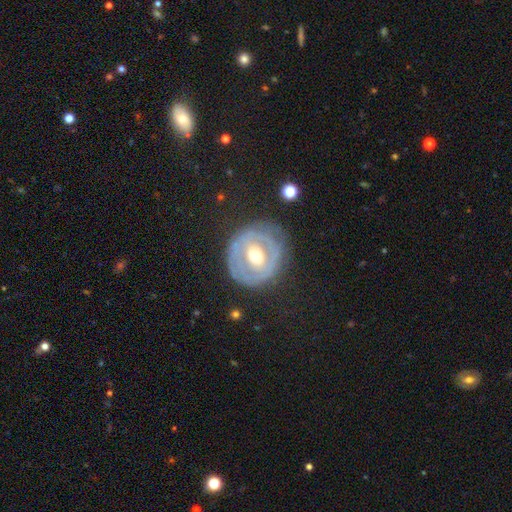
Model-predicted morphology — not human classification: The model was most divided on "spiral arms": no: 59%, yes: 41%. More confident: edge-on disk — no (94%); merging — none (72%); bulge size — moderate (72%); smooth or featured — featured or disk (67%); bar — no (53%).